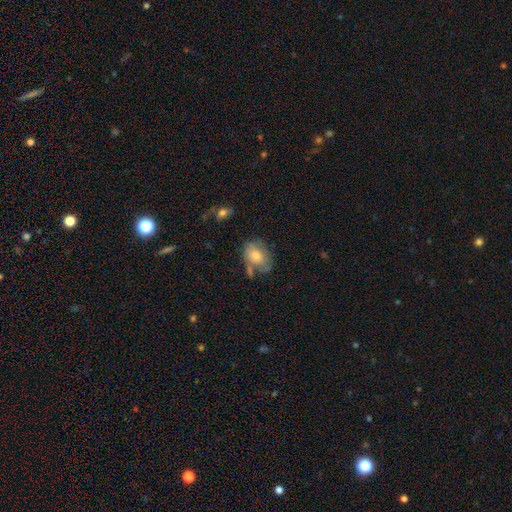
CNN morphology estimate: smooth-or-featured: smooth: 69% | featured or disk: 23% | star or artifact: 8%
  how-rounded: in between: 68% | round: 31% | cigar-shaped: 1%
  merging: none: 54% | minor disturbance: 25% | merger: 12% | major disturbance: 9%